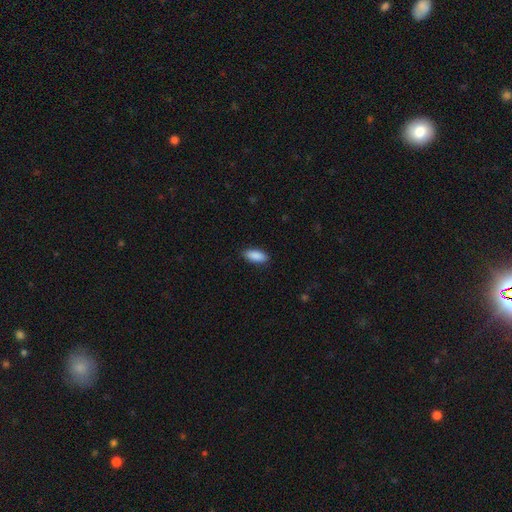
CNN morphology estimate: This appears to be a smooth galaxy with no disk features (90%) that is in between round and cigar-shaped (81%). Merging: none (89%).